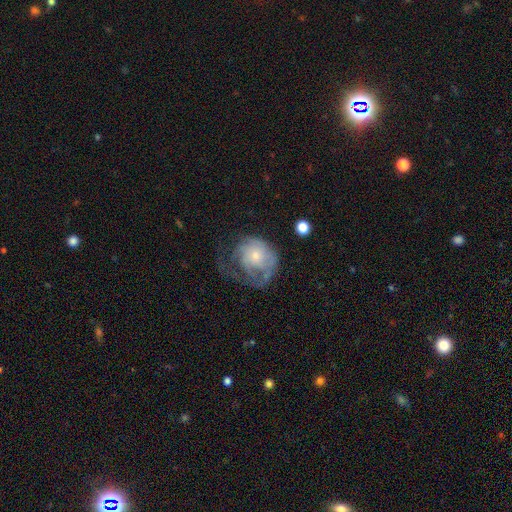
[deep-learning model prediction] Overall: featured or disk (54%; smooth 39%). Edge-on disk: no (97%). Bar: no (82%). Spiral arms: yes (64%; no 36%). Bulge size: small (59%; moderate 33%). Merging: major disturbance (46%; none 29%).